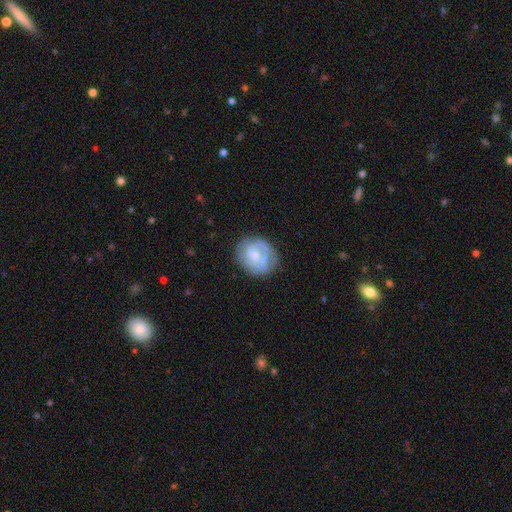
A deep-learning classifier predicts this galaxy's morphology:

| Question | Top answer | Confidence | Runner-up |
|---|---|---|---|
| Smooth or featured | featured or disk | 54% | smooth (39%) |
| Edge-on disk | no | 97% | yes (3%) |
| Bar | no | 64% | weak (30%) |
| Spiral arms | yes | 58% | no (42%) |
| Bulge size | small | 43% | moderate (38%) |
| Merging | none | 64% | minor disturbance (23%) |